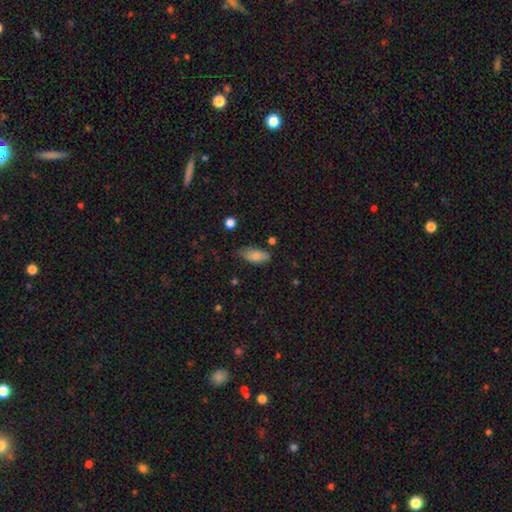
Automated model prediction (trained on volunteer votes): Q: Smooth or featured?
A: smooth (83%); runner-up: featured or disk (9%)
Q: How rounded?
A: in between (86%); runner-up: cigar-shaped (11%)
Q: Merging?
A: none (62%); runner-up: minor disturbance (29%)